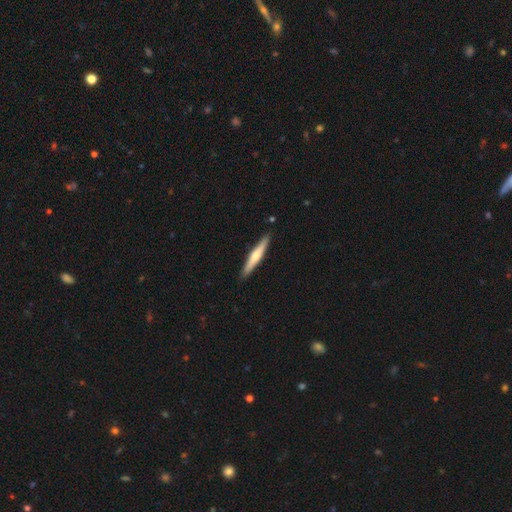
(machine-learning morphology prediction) The model was most divided on "smooth or featured": featured or disk: 51%, smooth: 44%, star or artifact: 5%. More confident: edge-on disk — yes (96%); merging — none (90%).